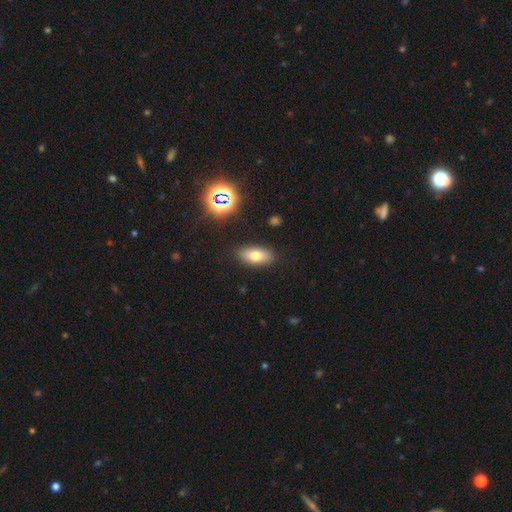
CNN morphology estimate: This is likely a smooth galaxy (72%). How rounded: clearly in between (85%). Merging: clearly none (87%).